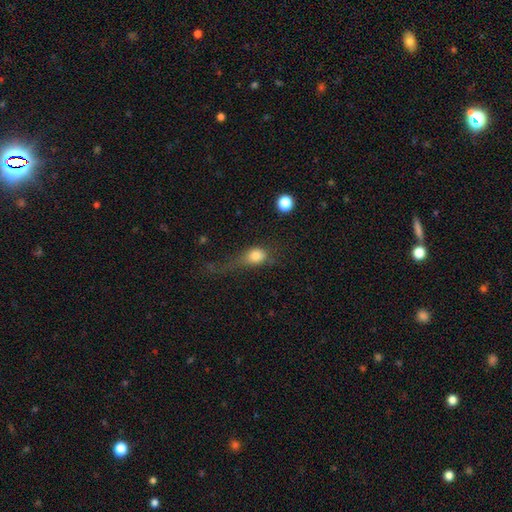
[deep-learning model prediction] This is likely a smooth galaxy (74%). How rounded: possibly in between (54%). Merging: possibly major disturbance (46%).